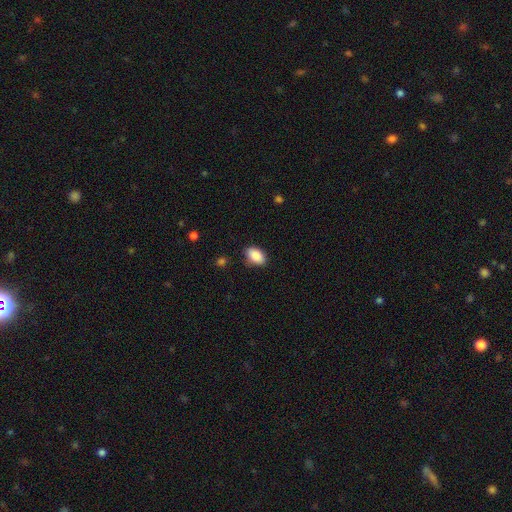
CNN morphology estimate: type=smooth (89%); roundness=in between (91%); merging=none (83%).